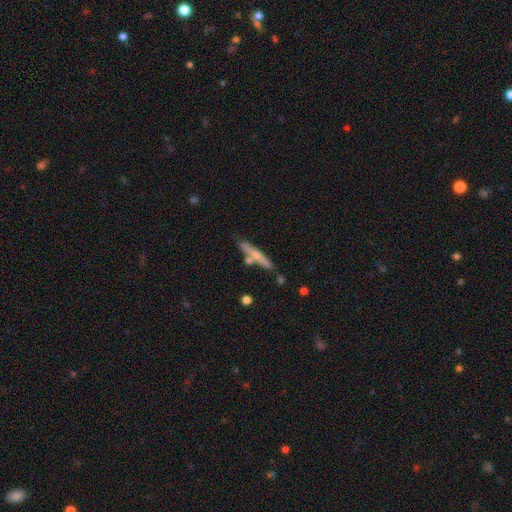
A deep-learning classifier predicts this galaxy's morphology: smooth-or-featured: smooth: 52% | featured or disk: 42% | star or artifact: 6%
  how-rounded: cigar-shaped: 91% | in between: 7% | round: 2%
  merging: none: 71% | minor disturbance: 14% | merger: 12% | major disturbance: 3%